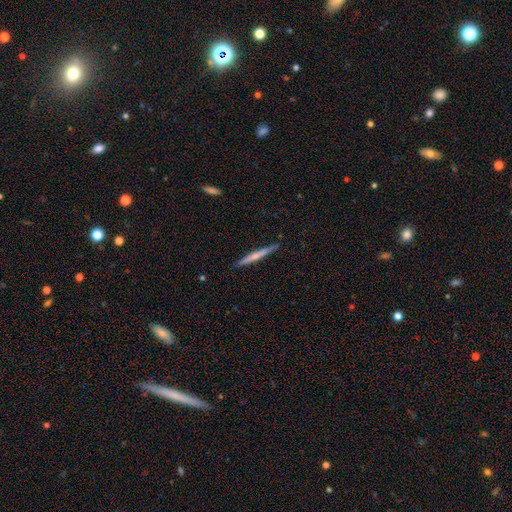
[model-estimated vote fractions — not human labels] Smooth or featured?
  - smooth: 48% *
  - featured or disk: 46%
  - star or artifact: 6%
Merging?
  - none: 90% *
  - minor disturbance: 8%
  - major disturbance: 1%
  - merger: 1%